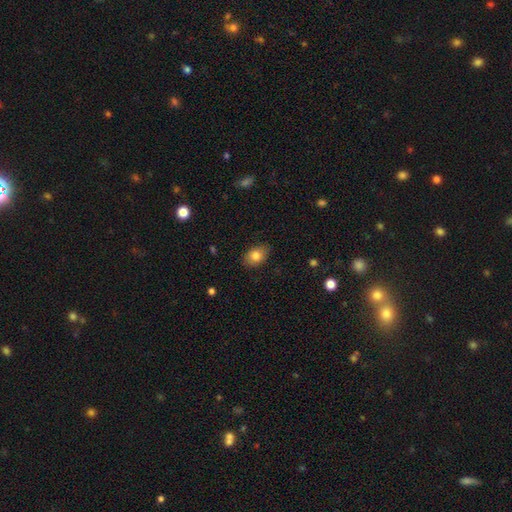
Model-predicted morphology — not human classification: smooth 82%, featured or disk 9%, star or artifact 8%. Down the decision tree: how rounded — in between (80%); merging — none (83%).